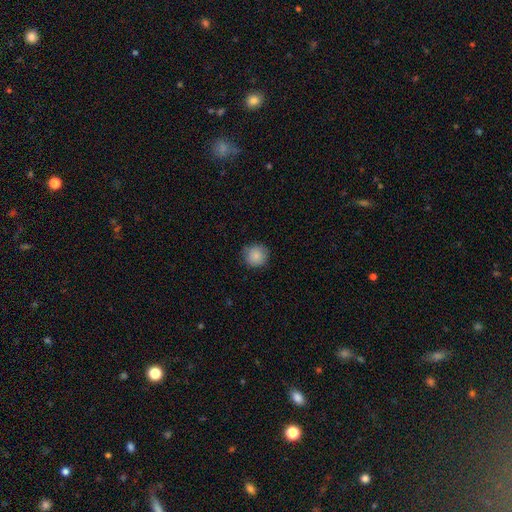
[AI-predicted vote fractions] Morphology: type=smooth (86%); roundness=round (92%); merging=none (85%).